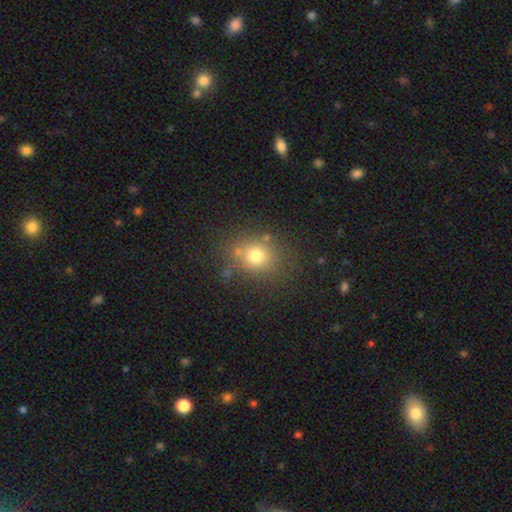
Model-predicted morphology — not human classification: Q: Smooth or featured?
A: smooth (74%); runner-up: star or artifact (16%)
Q: How rounded?
A: round (75%); runner-up: in between (24%)
Q: Merging?
A: none (74%); runner-up: minor disturbance (14%)